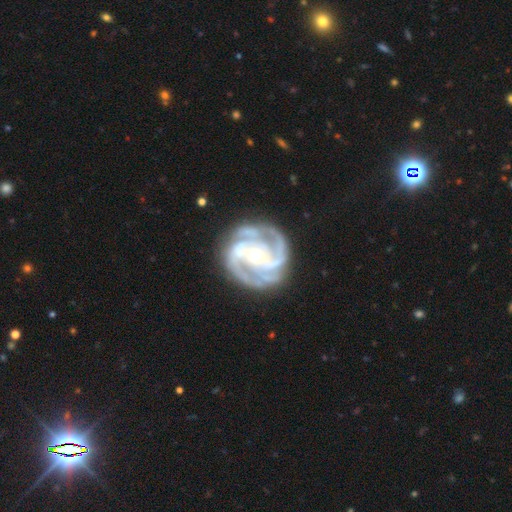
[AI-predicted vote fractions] Smooth or featured? Predicted: featured or disk (p=0.93). Edge-on disk? Predicted: no (p=0.98). Bar? Predicted: no (p=0.49). Spiral arms? Predicted: yes (p=0.98). Spiral winding? Predicted: tight (p=0.62). Spiral arm count? Predicted: 3 (p=0.55). Bulge size? Predicted: moderate (p=0.64). Merging? Predicted: none (p=0.79).